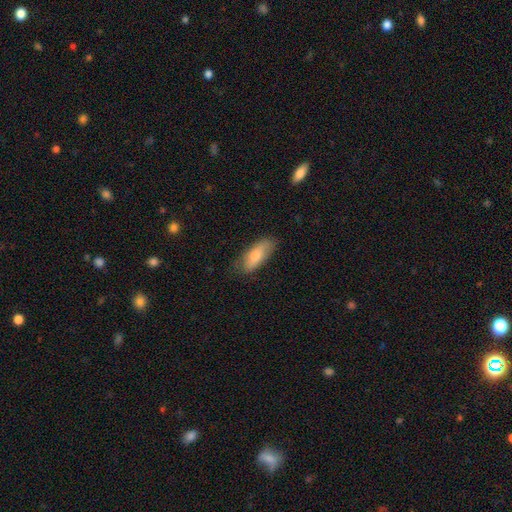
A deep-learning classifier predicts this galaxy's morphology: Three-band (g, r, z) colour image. It shows a smooth galaxy with no disk features (80%) that is in between round and cigar-shaped (75%). Merging: none (76%).